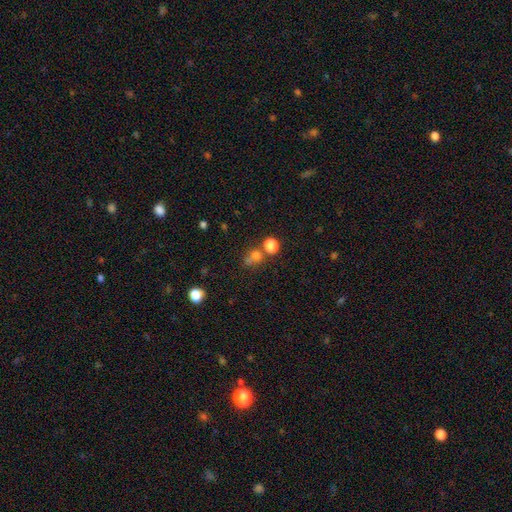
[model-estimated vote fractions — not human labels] Overall: smooth (70%). How rounded: round (79%). Merging: none (52%; merger 32%).